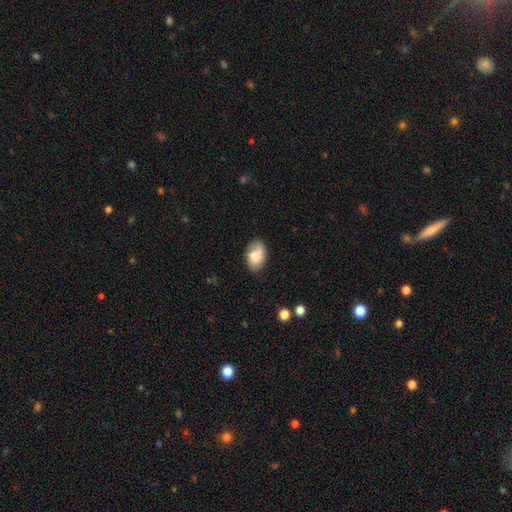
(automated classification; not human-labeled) Smooth or featured: smooth — 71% (featured or disk — 22%)
How rounded: in between — 89% (round — 10%)
Merging: none — 70% (minor disturbance — 23%)